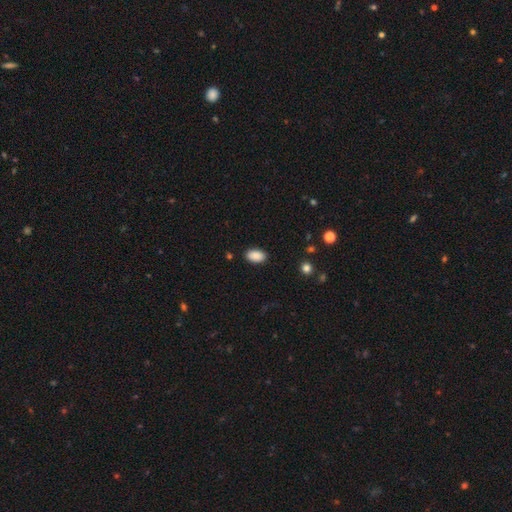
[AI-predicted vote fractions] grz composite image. It shows a smooth galaxy with no disk features (89%) that is in between round and cigar-shaped (93%). Merging: none (88%).